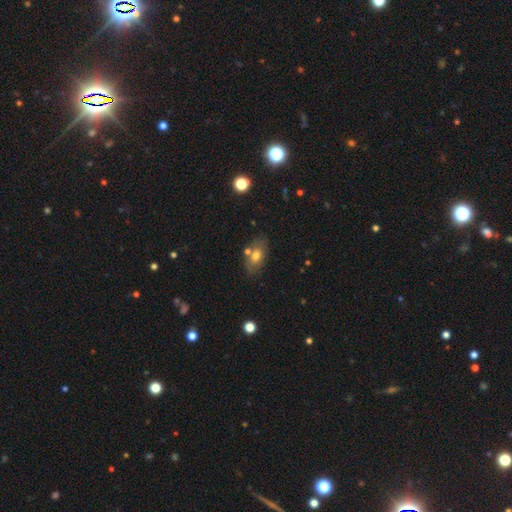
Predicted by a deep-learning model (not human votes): The model was most divided on "smooth or featured": smooth: 67%, featured or disk: 23%, star or artifact: 10%. More confident: how rounded — in between (86%); merging — none (67%).